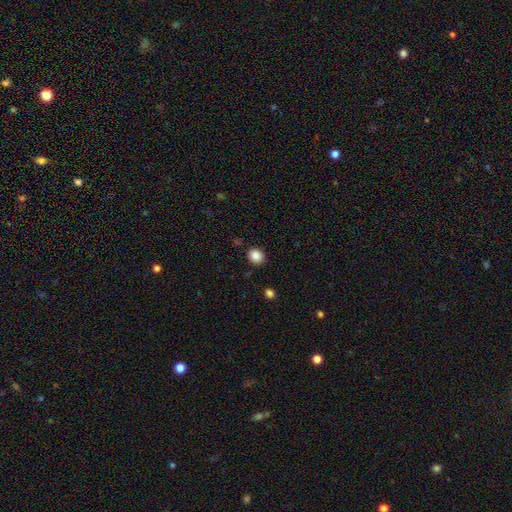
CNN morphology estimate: This is clearly a smooth galaxy (86%). How rounded: likely round (72%). Merging: clearly none (88%).